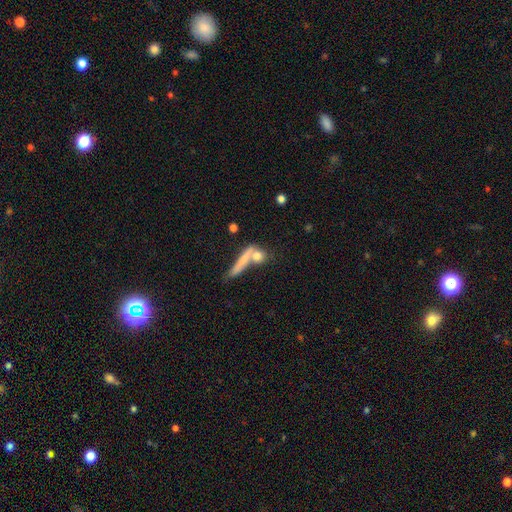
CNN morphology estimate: smooth_or_featured: smooth (p=0.68) [alt: featured or disk p=0.22]
how_rounded: cigar-shaped (p=0.40) [alt: round p=0.39]
merging: none (p=0.46) [alt: merger p=0.33]